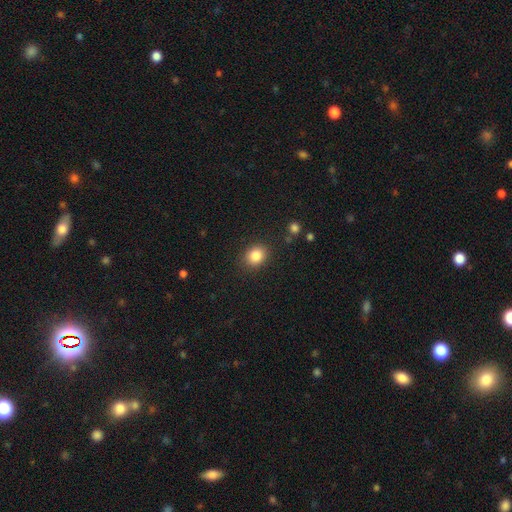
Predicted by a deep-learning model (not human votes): This is clearly a smooth galaxy (85%). How rounded: likely round (61%). Merging: clearly none (86%).